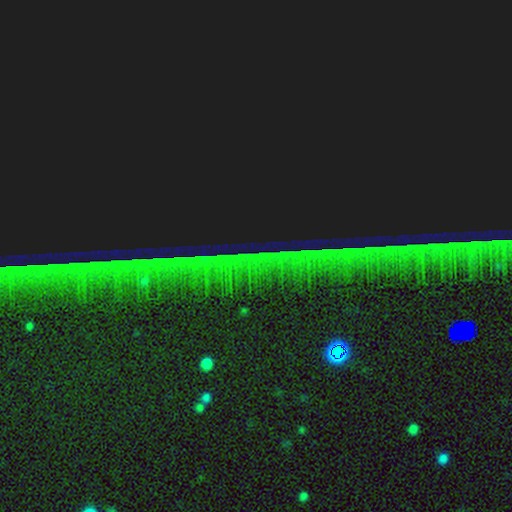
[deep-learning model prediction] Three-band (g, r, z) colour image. It shows a star or artifact, not a galaxy (85%).